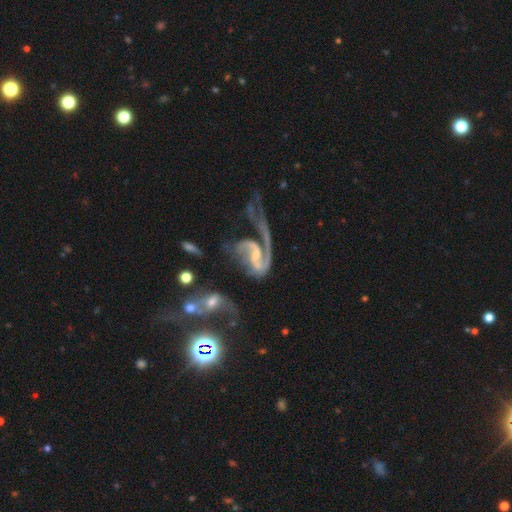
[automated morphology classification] Smooth or featured: featured or disk — 86% (smooth — 8%)
Edge-on disk: no — 97% (yes — 3%)
Bar: weak — 44% (no — 31%)
Spiral arms: yes — 92% (no — 8%)
Spiral winding: loose — 46% (medium — 39%)
Spiral arm count: 2 — 57% (1 — 34%)
Bulge size: small — 45% (none — 26%)
Merging: major disturbance — 44% (merger — 25%)